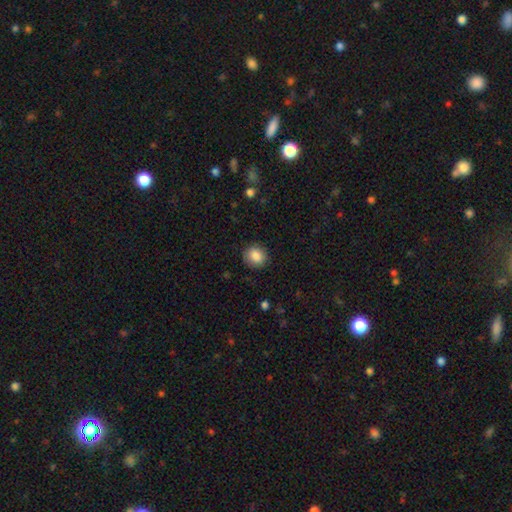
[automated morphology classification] A smooth galaxy with no disk features (87%) that is round (76%). Merging: none (88%).